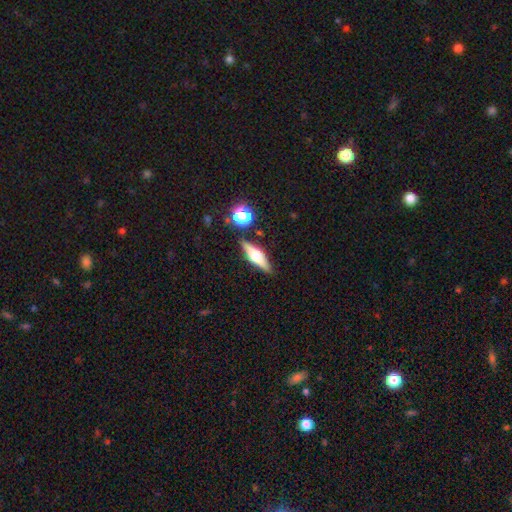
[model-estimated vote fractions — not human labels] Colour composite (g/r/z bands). It shows a featured or disk galaxy (54%) viewed edge-on (93%) with a rounded central bulge (87%). Merging: none (84%).